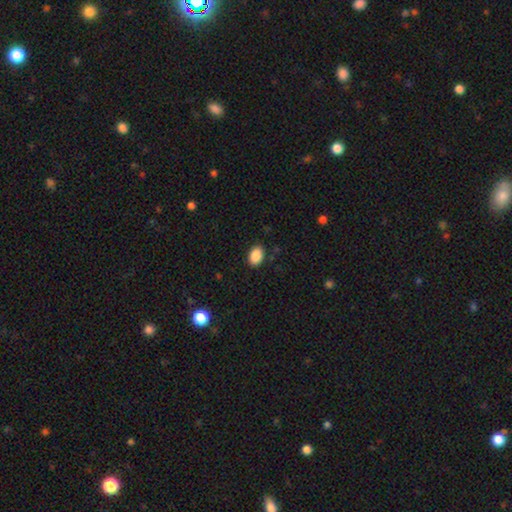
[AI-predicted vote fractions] smooth-or-featured: smooth: 89% | star or artifact: 8% | featured or disk: 3%
  how-rounded: in between: 87% | round: 12% | cigar-shaped: 1%
  merging: none: 87% | minor disturbance: 10% | major disturbance: 2% | merger: 1%